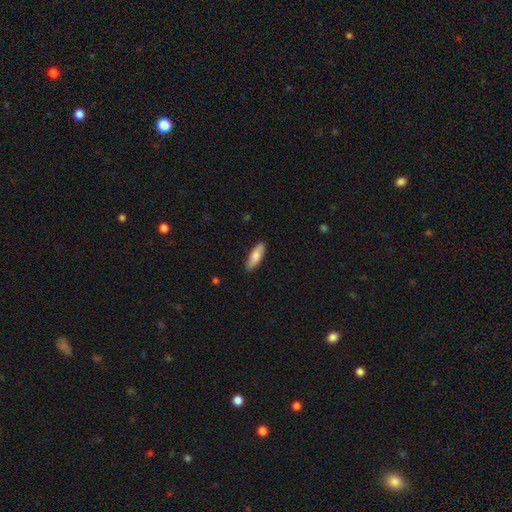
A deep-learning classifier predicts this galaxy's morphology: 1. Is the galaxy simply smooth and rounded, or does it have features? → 76% smooth, 18% featured or disk, 5% star or artifact.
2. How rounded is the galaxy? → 59% in between, 39% cigar-shaped, 2% round.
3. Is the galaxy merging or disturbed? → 87% none, 10% minor disturbance, 2% major disturbance, 1% merger.